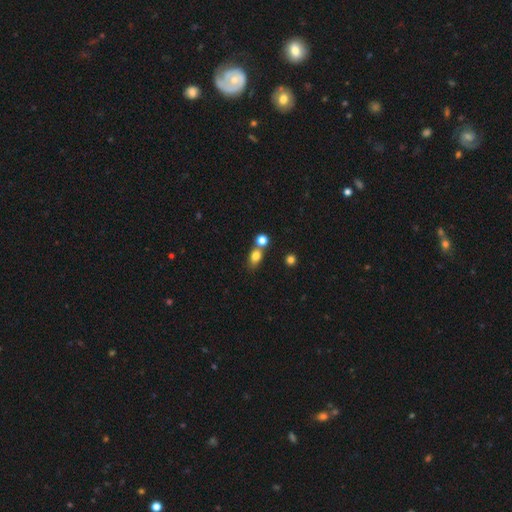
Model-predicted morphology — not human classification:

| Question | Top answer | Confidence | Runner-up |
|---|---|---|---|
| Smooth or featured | smooth | 79% | star or artifact (12%) |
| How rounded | in between | 61% | round (37%) |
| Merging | none | 54% | merger (29%) |